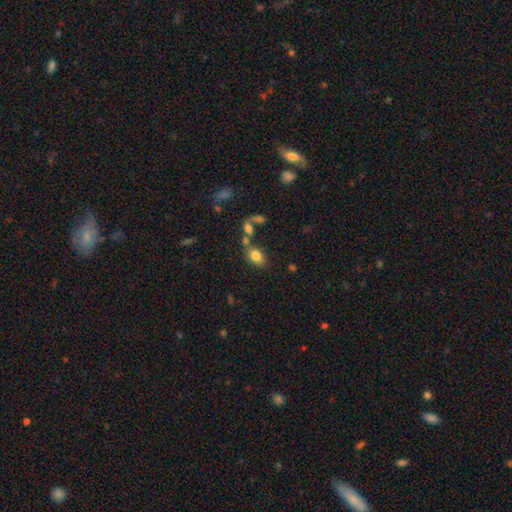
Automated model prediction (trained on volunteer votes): Smooth or featured? smooth (80%)
How rounded? in between (79%)
Merging? none (61%)